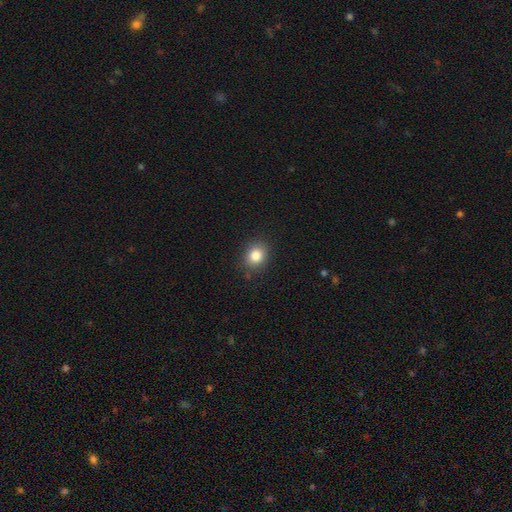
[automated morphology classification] A smooth galaxy with no disk features (83%) that is round (62%). Merging: none (85%).